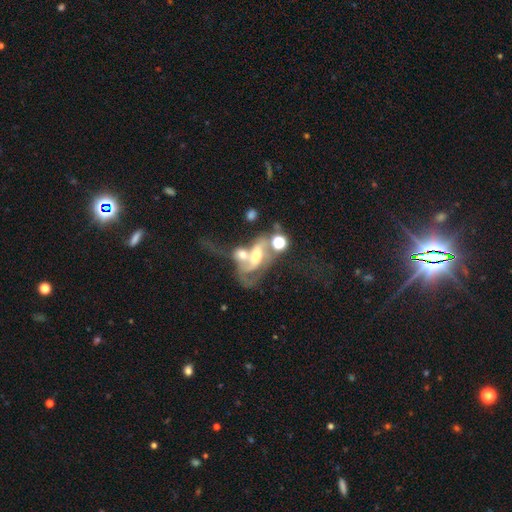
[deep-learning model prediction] Smooth or featured? Predicted: featured or disk (p=0.70). Edge-on disk? Predicted: no (p=0.92). Bar? Predicted: no (p=0.46). Spiral arms? Predicted: yes (p=0.71). Bulge size? Predicted: moderate (p=0.58). Merging? Predicted: merger (p=0.57).